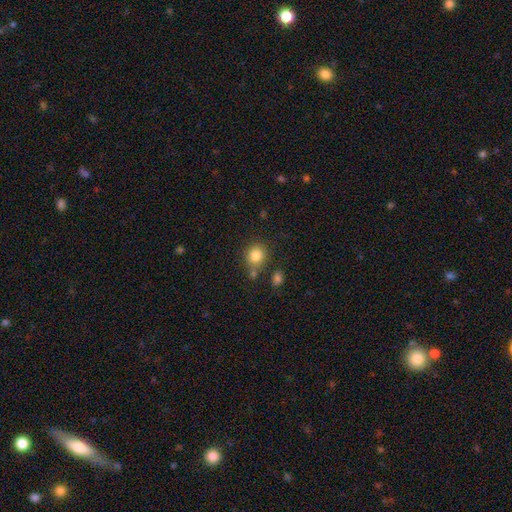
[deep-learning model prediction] Smooth or featured? Predicted: smooth (p=0.83). How rounded? Predicted: round (p=0.84). Merging? Predicted: none (p=0.71).